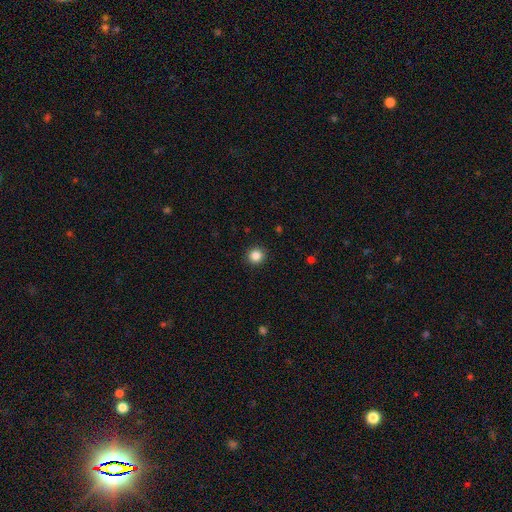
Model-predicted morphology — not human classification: Smooth or featured? smooth (85%)
How rounded? round (92%)
Merging? none (92%)